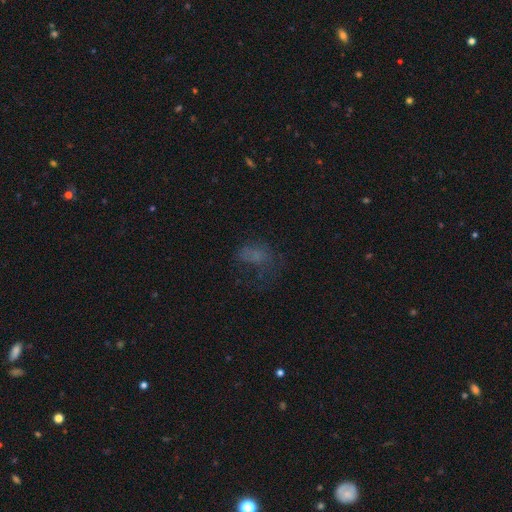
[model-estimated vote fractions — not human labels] This appears to be a smooth galaxy with no disk features (50%) that is in between round and cigar-shaped (74%). Merging: major disturbance (42%).